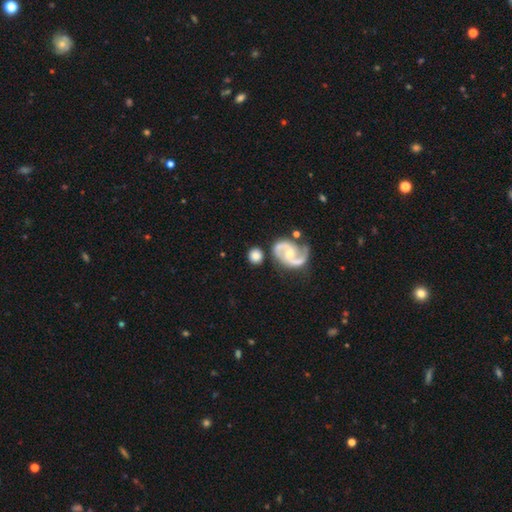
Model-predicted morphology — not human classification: Smooth or featured: smooth — 58% (featured or disk — 35%)
How rounded: round — 84% (in between — 14%)
Merging: none — 74% (minor disturbance — 13%)